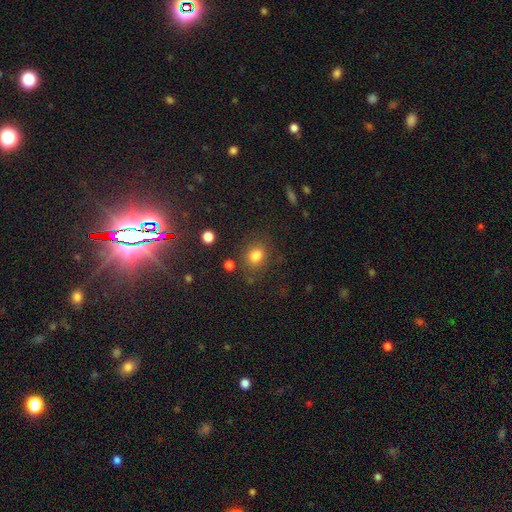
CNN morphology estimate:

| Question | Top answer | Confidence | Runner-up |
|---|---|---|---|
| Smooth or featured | smooth | 80% | star or artifact (13%) |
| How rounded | in between | 50% | round (49%) |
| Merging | none | 73% | minor disturbance (15%) |